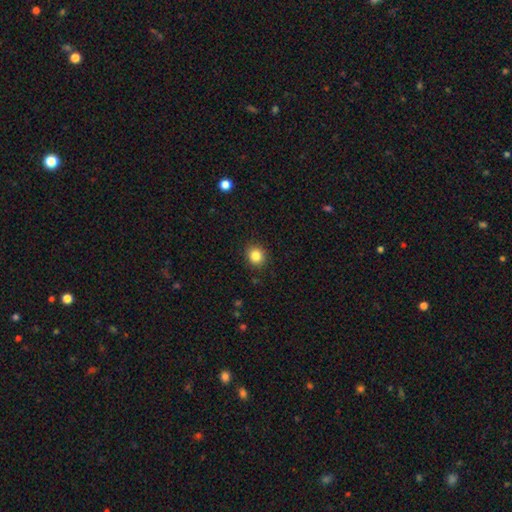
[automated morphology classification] The model was most divided on "how rounded": round: 84%, in between: 15%, cigar-shaped: 1%. More confident: merging — none (90%); smooth or featured — smooth (84%).